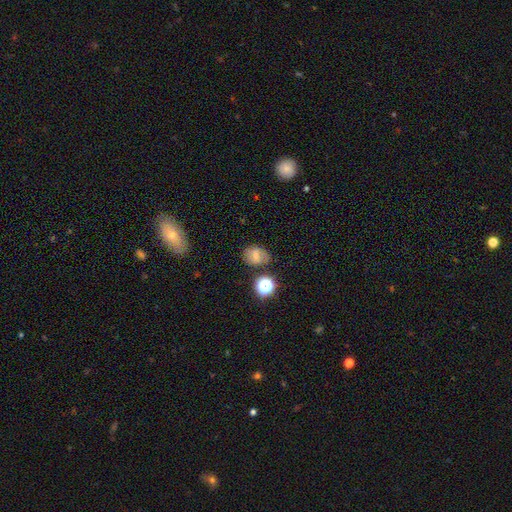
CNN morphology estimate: A smooth galaxy with no disk features (63%) that is in between round and cigar-shaped (52%).

Vote fractions:
- Smooth or featured? smooth: 63% / featured or disk: 20% / star or artifact: 17%
- How rounded? in between: 52% / round: 47% / cigar-shaped: 1%
- Merging? none: 71% / minor disturbance: 18% / major disturbance: 6% / merger: 6%